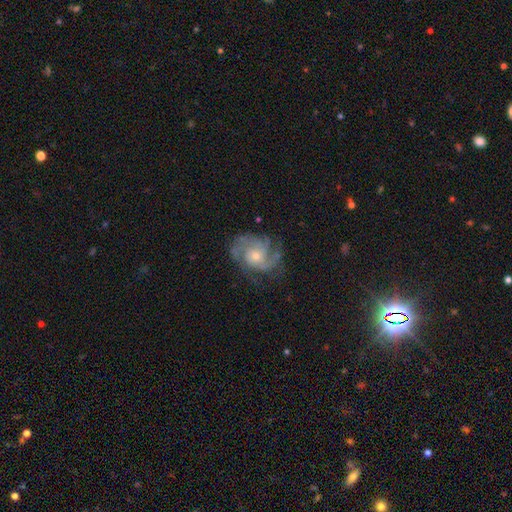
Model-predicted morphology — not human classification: Smooth or featured: featured or disk — 87% (smooth — 7%)
Edge-on disk: no — 98% (yes — 2%)
Bar: no — 76% (weak — 20%)
Spiral arms: yes — 97% (no — 3%)
Spiral winding: tight — 49% (medium — 42%)
Spiral arm count: 3 — 40% (2 — 23%)
Bulge size: small — 56% (moderate — 40%)
Merging: none — 71% (minor disturbance — 18%)